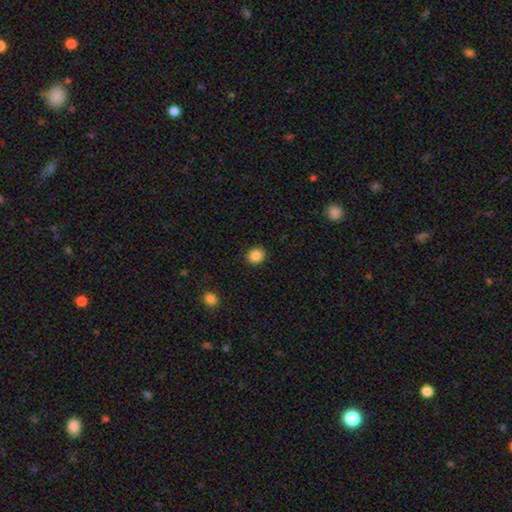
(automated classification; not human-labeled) Smooth or featured? Predicted: smooth (p=0.87). How rounded? Predicted: round (p=0.85). Merging? Predicted: none (p=0.92).